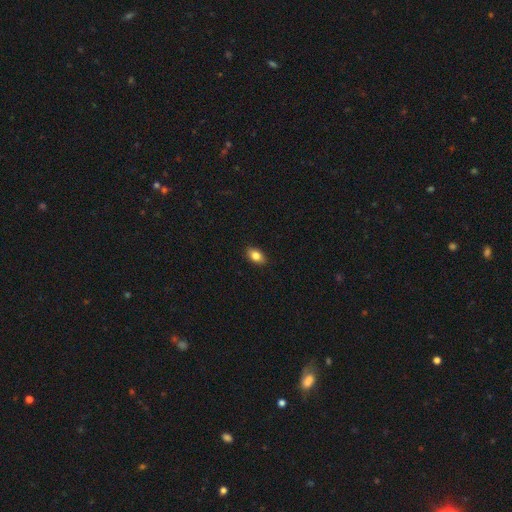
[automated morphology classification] Q: Smooth or featured?
A: smooth (83%); runner-up: featured or disk (9%)
Q: How rounded?
A: in between (87%); runner-up: round (10%)
Q: Merging?
A: none (89%); runner-up: minor disturbance (9%)